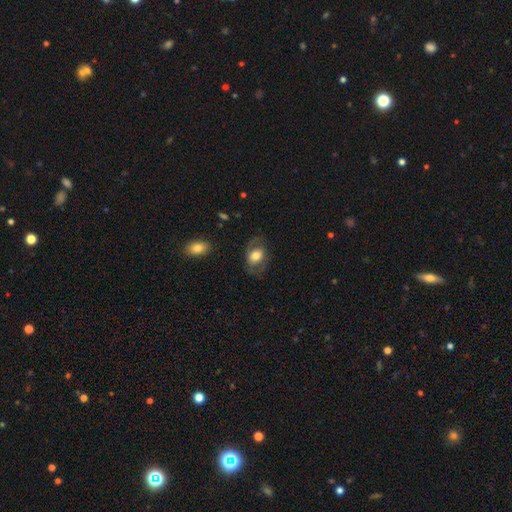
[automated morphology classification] smooth-or-featured: smooth: 50% | featured or disk: 43% | star or artifact: 7%
  how-rounded: in between: 72% | round: 27% | cigar-shaped: 1%
  merging: none: 69% | minor disturbance: 17% | major disturbance: 12% | merger: 1%